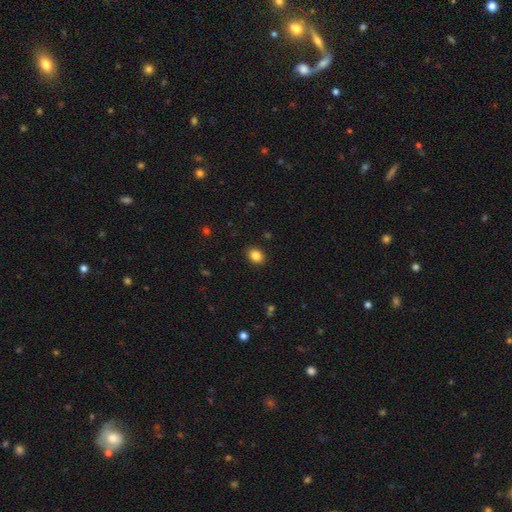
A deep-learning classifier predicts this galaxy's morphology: The model was most divided on "how rounded": in between: 57%, round: 42%, cigar-shaped: 1%. More confident: merging — none (90%); smooth or featured — smooth (85%).